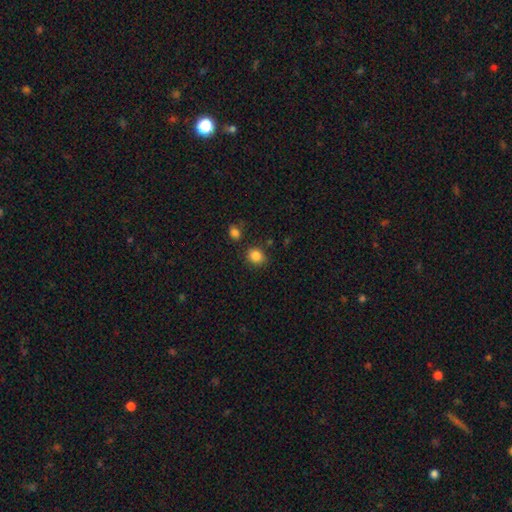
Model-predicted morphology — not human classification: A smooth galaxy with no disk features (86%) that is round (69%). Merging: none (80%).